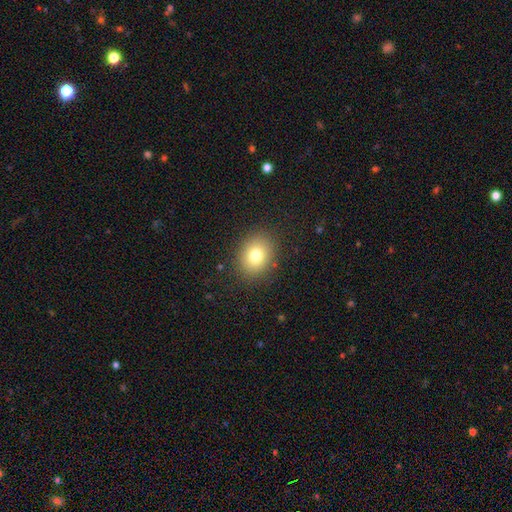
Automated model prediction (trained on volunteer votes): Smooth or featured?
  - smooth: 78% *
  - star or artifact: 11%
  - featured or disk: 10%
How rounded?
  - in between: 50% *
  - round: 49%
  - cigar-shaped: 1%
Merging?
  - none: 87% *
  - minor disturbance: 9%
  - major disturbance: 3%
  - merger: 1%